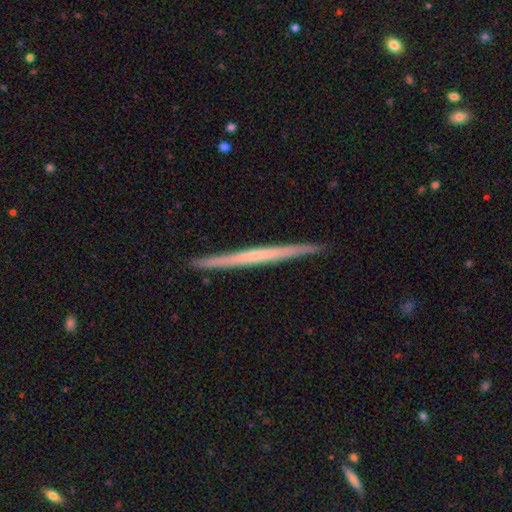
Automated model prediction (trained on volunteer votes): Smooth or featured: featured or disk — 58% (smooth — 37%)
Edge-on disk: yes — 98% (no — 2%)
Edge-on bulge: none — 88% (rounded — 8%)
Merging: none — 92% (minor disturbance — 6%)